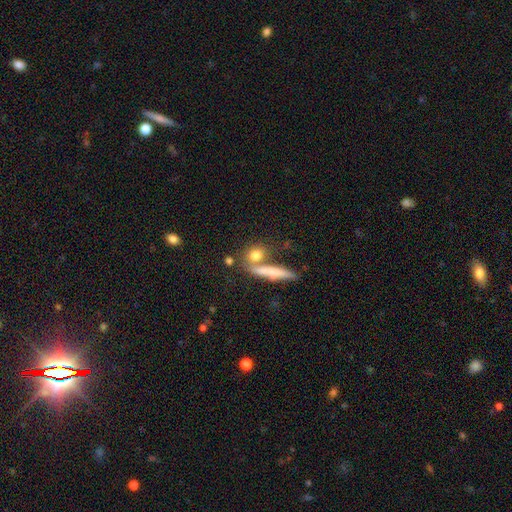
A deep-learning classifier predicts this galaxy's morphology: Smooth or featured? Predicted: featured or disk (p=0.35). Merging? Predicted: none (p=0.40).